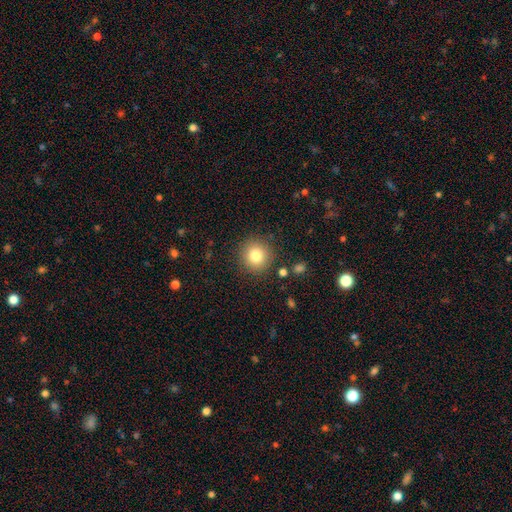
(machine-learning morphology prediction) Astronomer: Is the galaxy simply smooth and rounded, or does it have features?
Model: smooth — 81%.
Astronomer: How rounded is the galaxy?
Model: round — 94%.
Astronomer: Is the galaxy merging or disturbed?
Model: none — 88%.